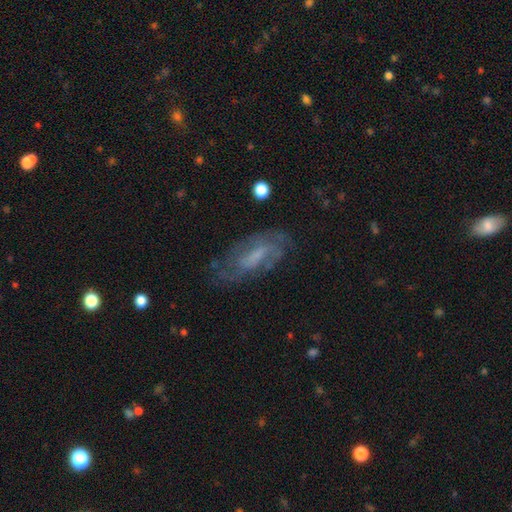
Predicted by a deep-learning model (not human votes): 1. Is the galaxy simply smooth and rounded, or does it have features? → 66% featured or disk, 26% smooth, 9% star or artifact.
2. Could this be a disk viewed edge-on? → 89% no, 11% yes.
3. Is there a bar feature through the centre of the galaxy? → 47% weak, 36% no, 16% strong.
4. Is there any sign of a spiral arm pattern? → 82% yes, 18% no.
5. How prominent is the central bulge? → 31% small (tied), 31% none (tied), 30% moderate, 7% large, 1% dominant.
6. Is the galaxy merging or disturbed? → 68% none, 20% minor disturbance, 10% major disturbance, 2% merger.